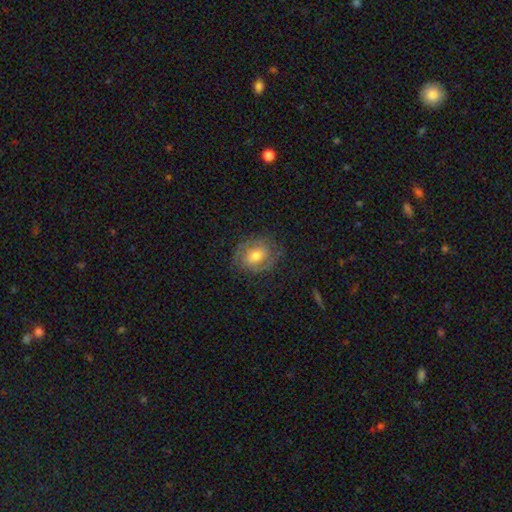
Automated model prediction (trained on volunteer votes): Overall: featured or disk (64%; smooth 29%). Edge-on disk: no (96%). Bar: no (54%; weak 35%). Spiral arms: yes (82%). Spiral arm count: 2 (69%). Spiral winding: tight (49%; medium 38%). Bulge size: moderate (66%). Merging: none (73%).